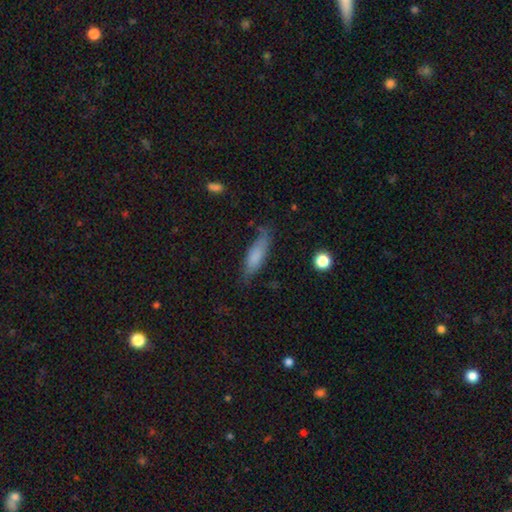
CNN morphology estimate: A smooth galaxy with no disk features (76%) that is cigar-shaped (53%). Merging: none (67%).